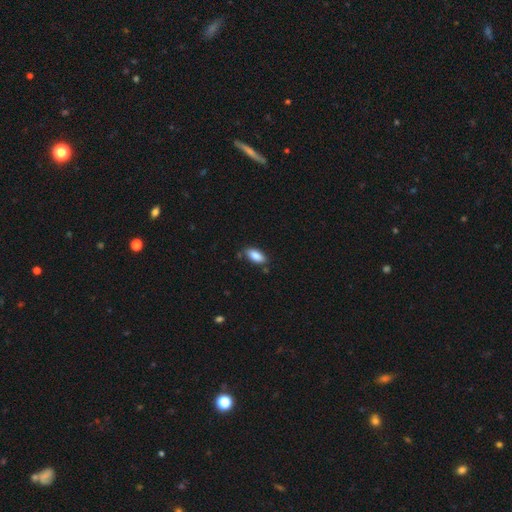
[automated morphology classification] The model was most divided on "merging": none: 77%, minor disturbance: 17%, major disturbance: 3%, merger: 3%. More confident: how rounded — in between (89%); smooth or featured — smooth (87%).